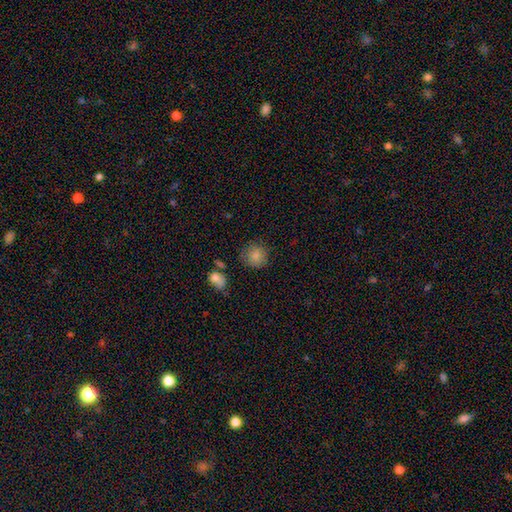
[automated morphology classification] smooth 84%, star or artifact 9%, featured or disk 6%. Down the decision tree: how rounded — round (90%); merging — none (81%).